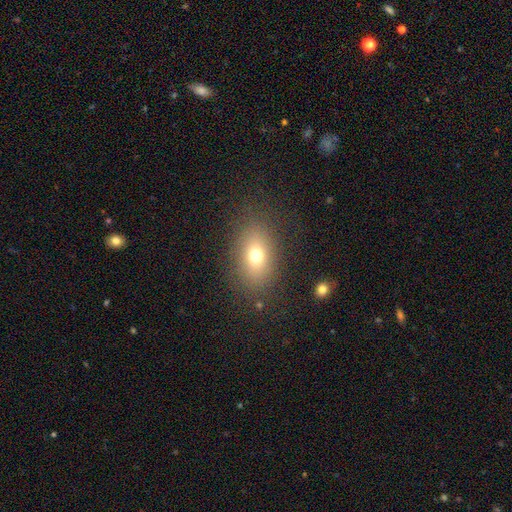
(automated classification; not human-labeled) Q: Smooth or featured?
A: smooth (70%); runner-up: featured or disk (15%)
Q: How rounded?
A: in between (76%); runner-up: round (22%)
Q: Merging?
A: none (83%); runner-up: minor disturbance (10%)